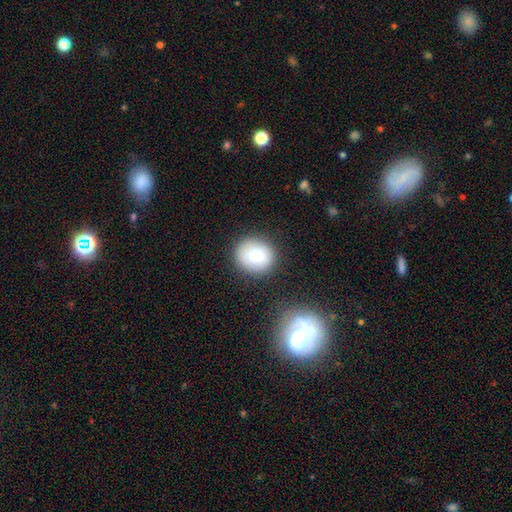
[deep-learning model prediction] The model was most divided on "how rounded": round: 77%, in between: 22%, cigar-shaped: 1%. More confident: merging — none (84%); smooth or featured — smooth (83%).